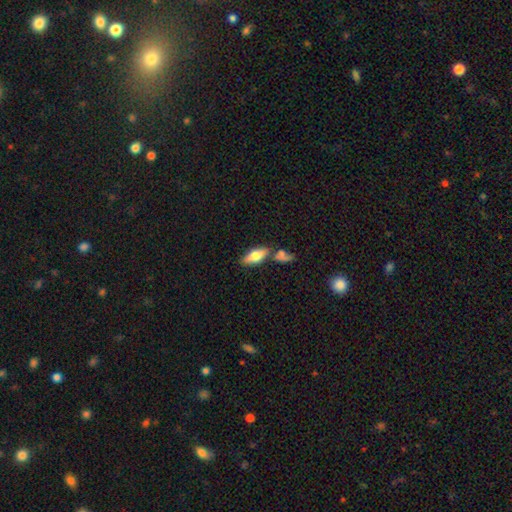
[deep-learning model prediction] smooth_or_featured: smooth (p=0.57) [alt: featured or disk p=0.36]
how_rounded: in between (p=0.68) [alt: cigar-shaped p=0.29]
merging: none (p=0.65) [alt: merger p=0.19]